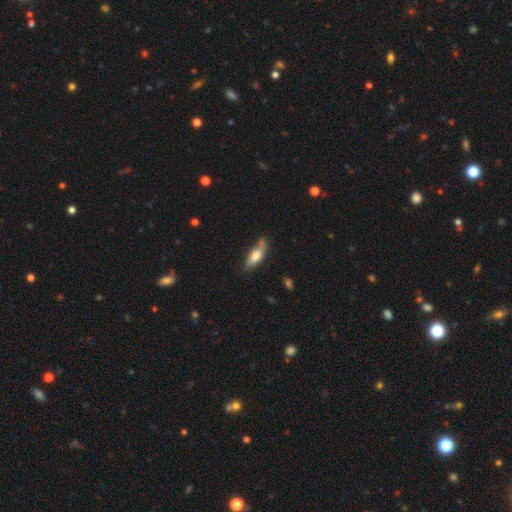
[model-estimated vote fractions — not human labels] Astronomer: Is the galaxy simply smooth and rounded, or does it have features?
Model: smooth — 66%.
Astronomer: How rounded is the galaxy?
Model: in between — 60% (runner-up: cigar-shaped, 38%).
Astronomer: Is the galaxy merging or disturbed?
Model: none — 64%.